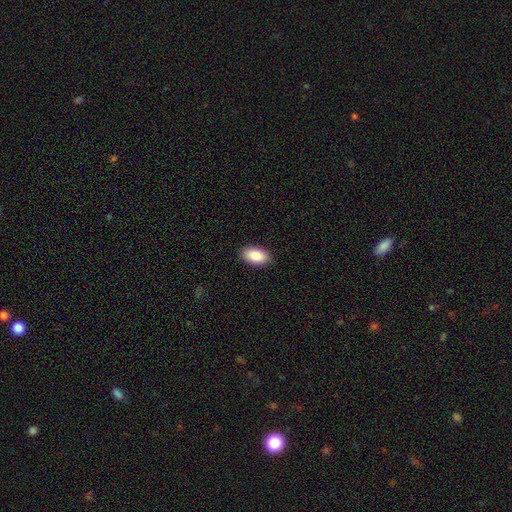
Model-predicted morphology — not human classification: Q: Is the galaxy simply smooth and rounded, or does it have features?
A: smooth — 89%.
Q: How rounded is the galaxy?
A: in between — 95%.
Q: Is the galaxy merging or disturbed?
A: none — 89%.